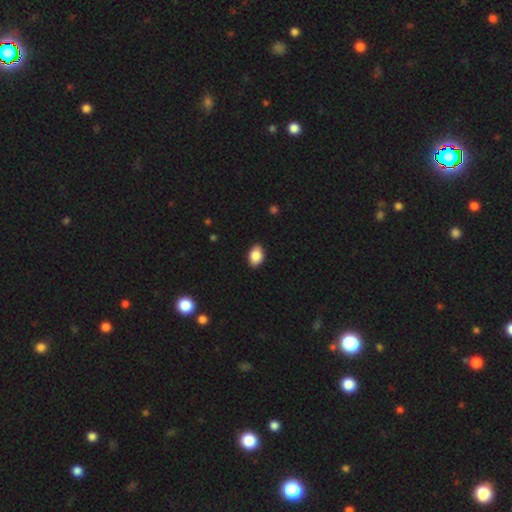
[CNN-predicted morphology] Smooth or featured? smooth (87%)
How rounded? in between (85%)
Merging? none (88%)